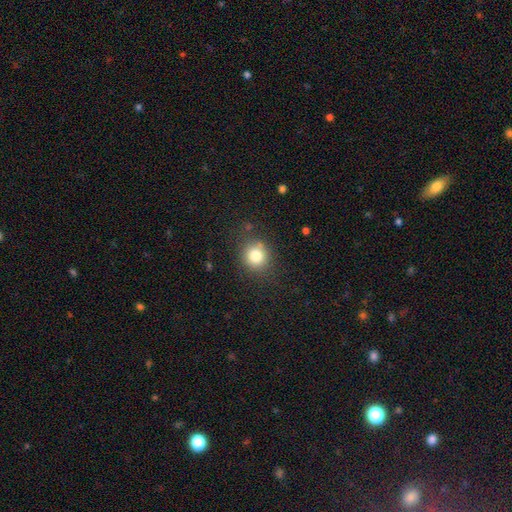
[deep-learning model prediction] Morphology: type=smooth (79%); roundness=round (87%); merging=none (82%).